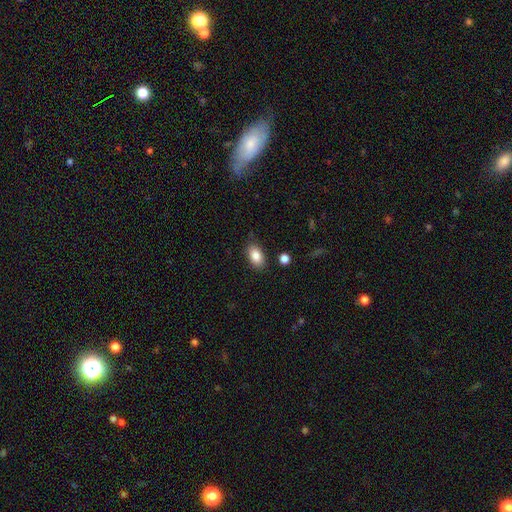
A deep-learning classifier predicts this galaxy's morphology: A smooth galaxy with no disk features (86%) that is in between round and cigar-shaped (90%). Merging: none (83%).